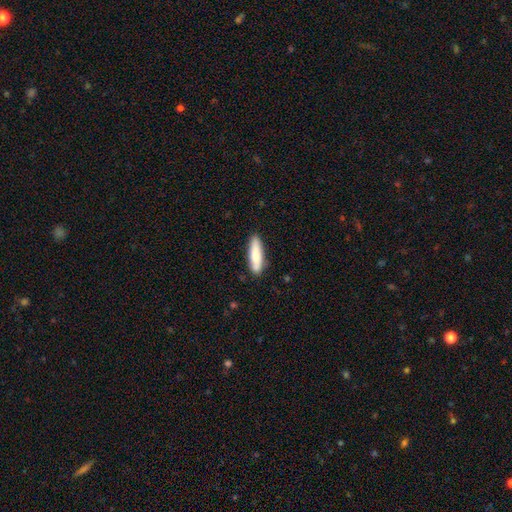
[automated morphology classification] A smooth galaxy with no disk features (80%) that is cigar-shaped (68%).

Vote fractions:
- Smooth or featured? smooth: 80% / featured or disk: 15% / star or artifact: 6%
- How rounded? cigar-shaped: 68% / in between: 30% / round: 2%
- Merging? none: 85% / minor disturbance: 12% / major disturbance: 2% / merger: 2%